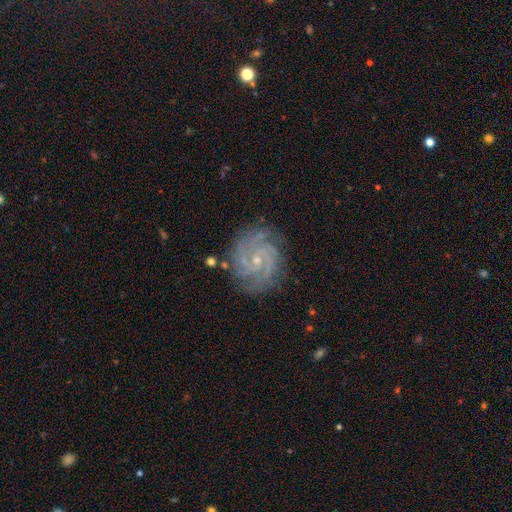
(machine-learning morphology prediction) Q: Smooth or featured?
A: featured or disk (81%); runner-up: star or artifact (11%)
Q: Edge-on disk?
A: no (97%); runner-up: yes (3%)
Q: Bar?
A: no (56%); runner-up: weak (35%)
Q: Spiral arms?
A: yes (97%); runner-up: no (3%)
Q: Spiral winding?
A: tight (62%); runner-up: medium (32%)
Q: Spiral arm count?
A: 3 (24%); runner-up: 2 (23%)
Q: Bulge size?
A: small (78%); runner-up: moderate (17%)
Q: Merging?
A: none (82%); runner-up: minor disturbance (12%)